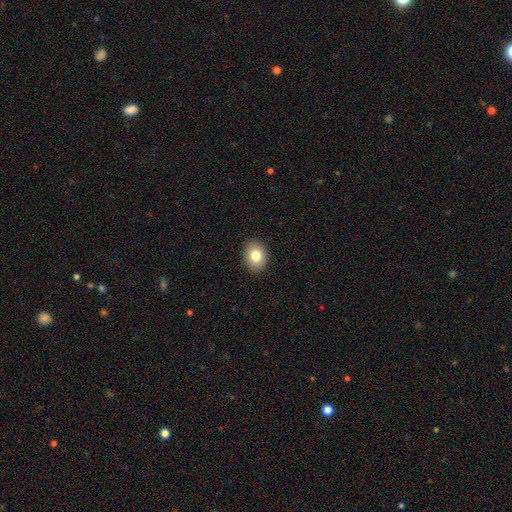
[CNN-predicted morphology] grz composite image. It shows a smooth galaxy with no disk features (82%) that is in between round and cigar-shaped (53%). Merging: none (91%).